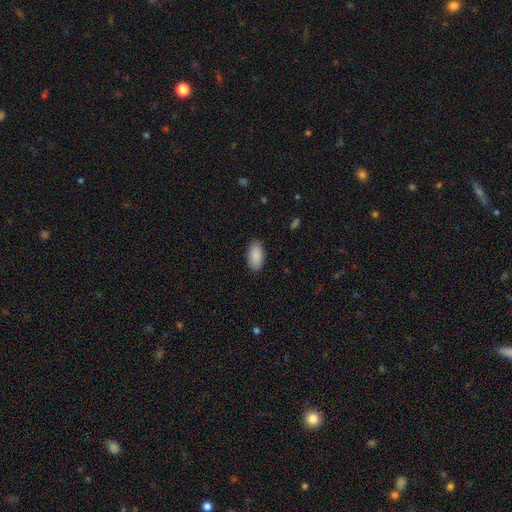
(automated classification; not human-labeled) smooth 90%, star or artifact 6%, featured or disk 4%. Down the decision tree: how rounded — in between (95%); merging — none (88%).